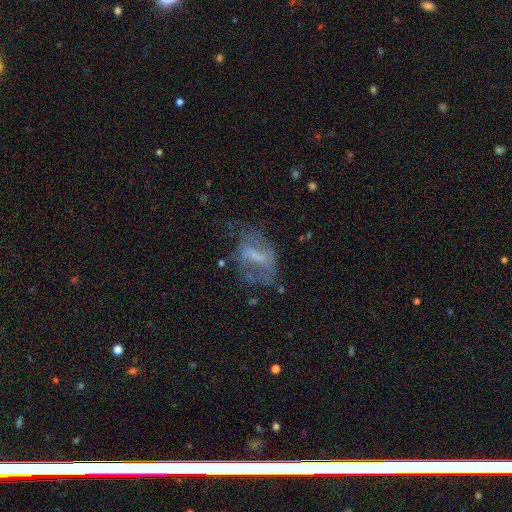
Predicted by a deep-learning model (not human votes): This is likely a featured or disk galaxy (61%). It is clearly not viewed edge-on (92%). Bar: marginally weak (42%). Spiral arm pattern: possibly no (53%). Central bulge: marginally none (34%). Merging: possibly none (47%).